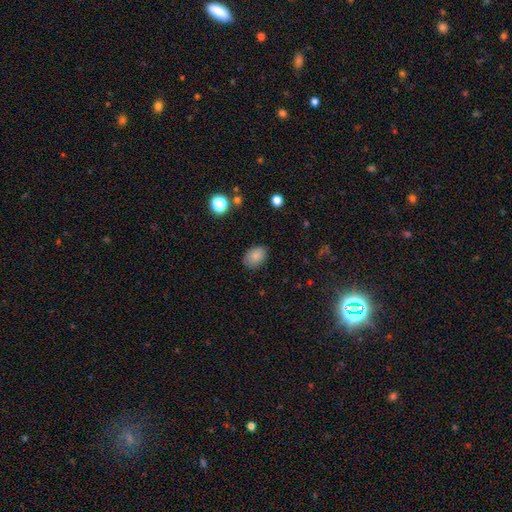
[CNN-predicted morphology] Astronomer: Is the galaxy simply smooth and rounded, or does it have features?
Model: smooth — 84%.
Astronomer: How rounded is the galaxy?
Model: in between — 75%.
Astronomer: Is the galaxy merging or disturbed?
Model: none — 84%.